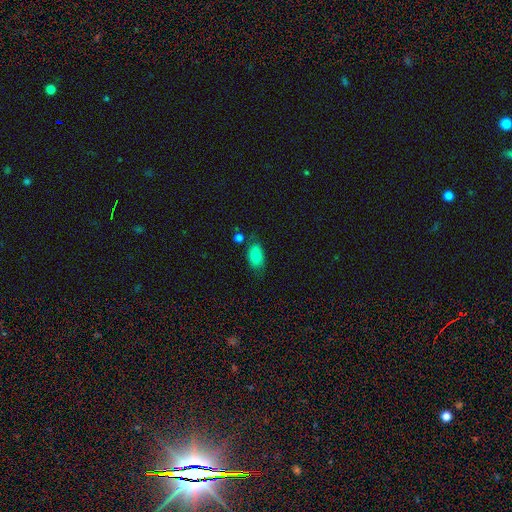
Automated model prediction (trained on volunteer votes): smooth 83%, featured or disk 9%, star or artifact 9%. Down the decision tree: how rounded — in between (92%); merging — none (69%).